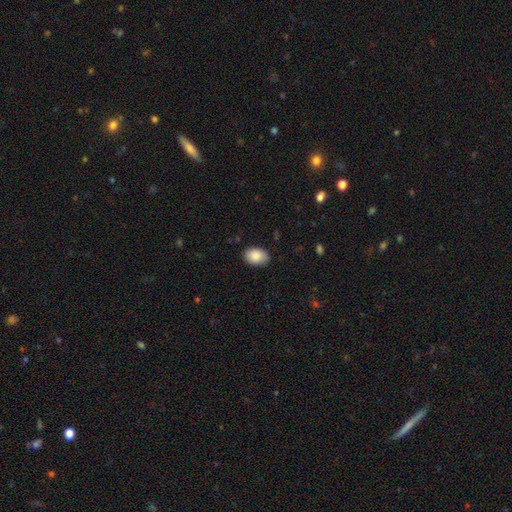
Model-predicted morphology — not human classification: smooth 88%, star or artifact 7%, featured or disk 5%. Down the decision tree: how rounded — in between (85%); merging — none (83%).